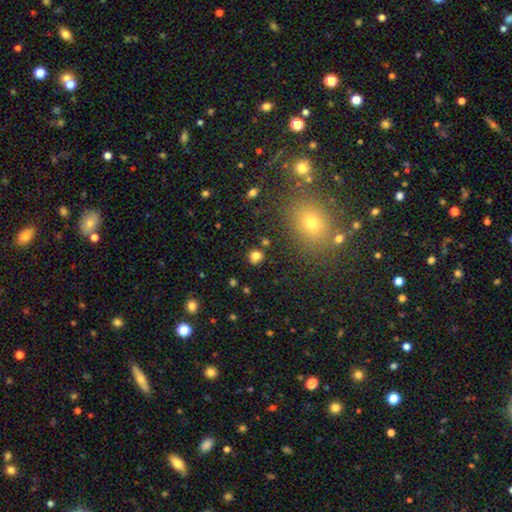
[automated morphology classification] Smooth or featured? smooth (80%)
How rounded? round (77%)
Merging? none (83%)